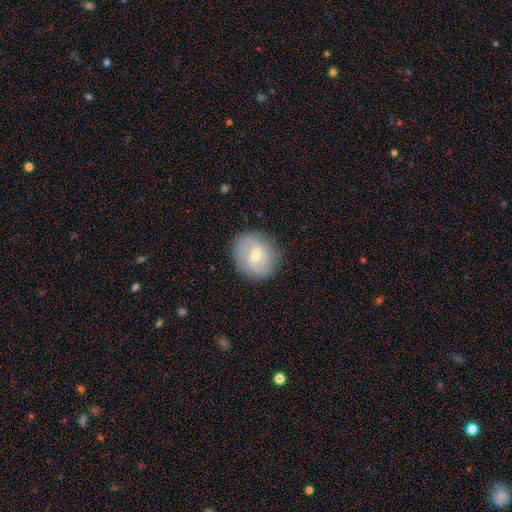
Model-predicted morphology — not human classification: A featured or disk galaxy (53%) with a weak bar (49%), spiral arms (79%) and a small central bulge (55%). Merging: none (82%).